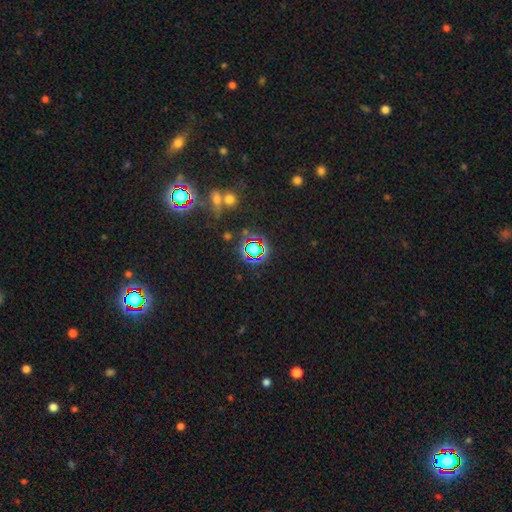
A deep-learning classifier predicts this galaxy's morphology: star or artifact 72%, smooth 18%, featured or disk 10%.